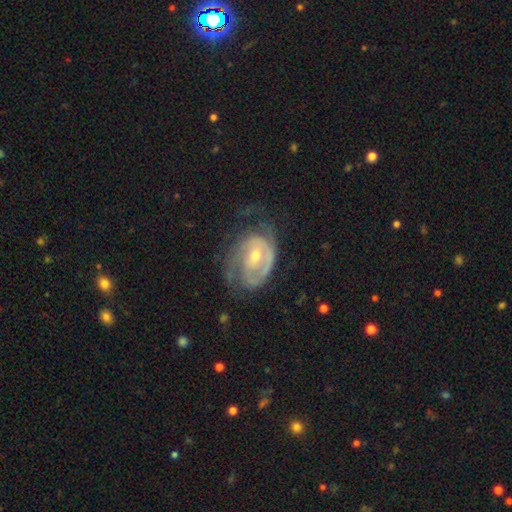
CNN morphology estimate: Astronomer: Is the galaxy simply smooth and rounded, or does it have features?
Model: featured or disk — 81%.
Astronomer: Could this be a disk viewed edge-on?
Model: no — 96%.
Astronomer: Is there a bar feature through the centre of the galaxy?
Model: no — 50% (runner-up: weak, 39%).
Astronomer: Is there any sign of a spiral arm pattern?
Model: yes — 85%.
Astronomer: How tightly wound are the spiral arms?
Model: tight — 56% (runner-up: medium, 31%).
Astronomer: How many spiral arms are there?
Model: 2 — 37% (runner-up: can't tell, 29%).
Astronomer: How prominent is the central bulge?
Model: small — 50% (runner-up: moderate, 46%).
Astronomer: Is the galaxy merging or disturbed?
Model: none — 48% (runner-up: minor disturbance, 26%).